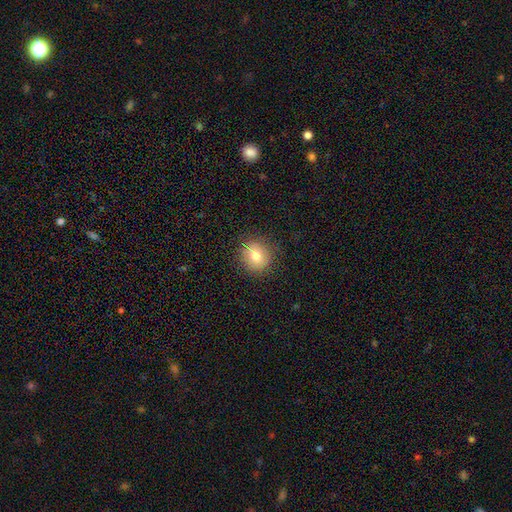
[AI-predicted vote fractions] smooth_or_featured: smooth (p=0.76) [alt: featured or disk p=0.13]
how_rounded: round (p=0.81) [alt: in between p=0.18]
merging: none (p=0.85) [alt: minor disturbance p=0.11]